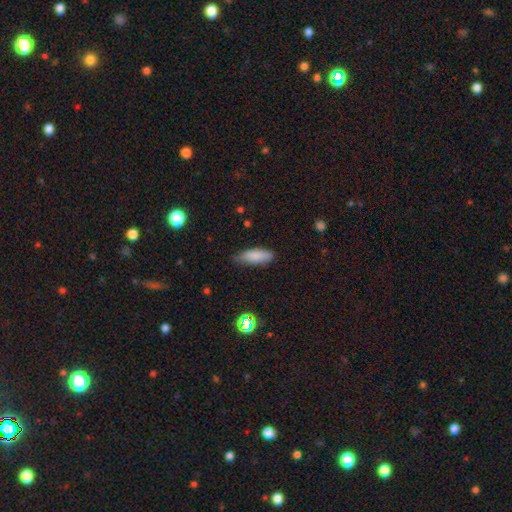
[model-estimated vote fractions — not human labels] A smooth galaxy with no disk features (85%) that is in between round and cigar-shaped (63%).

Vote fractions:
- Smooth or featured? smooth: 85% / featured or disk: 8% / star or artifact: 7%
- How rounded? in between: 63% / cigar-shaped: 35% / round: 2%
- Merging? none: 76% / minor disturbance: 19% / major disturbance: 3% / merger: 1%